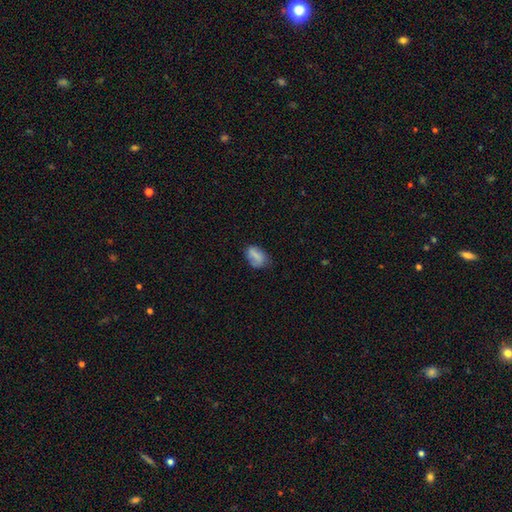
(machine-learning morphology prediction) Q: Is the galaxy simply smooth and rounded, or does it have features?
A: smooth — 76%.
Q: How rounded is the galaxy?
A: in between — 83%.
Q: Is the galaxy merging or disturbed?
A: none — 60%.